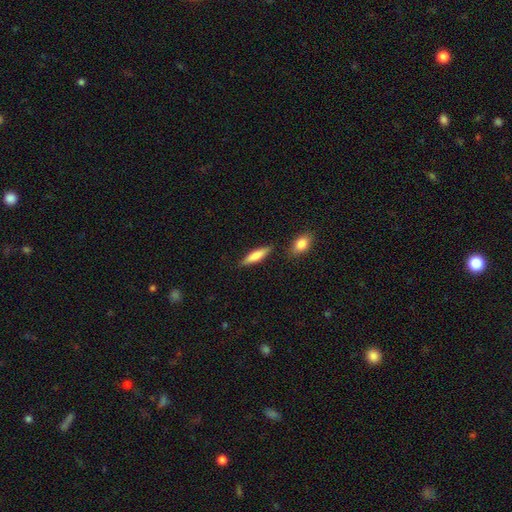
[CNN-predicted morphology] Smooth or featured? Predicted: smooth (p=0.71). How rounded? Predicted: cigar-shaped (p=0.69). Merging? Predicted: none (p=0.81).